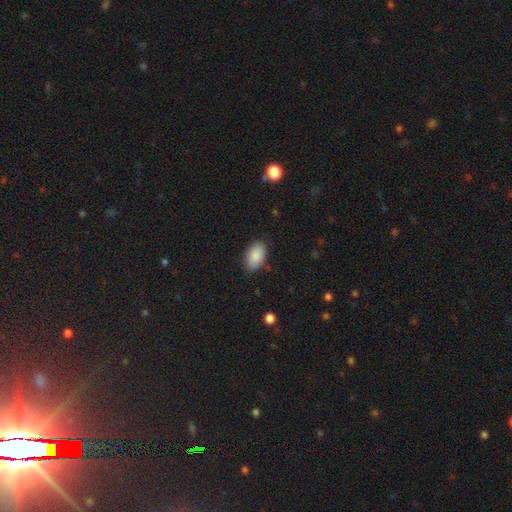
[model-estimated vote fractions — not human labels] smooth_or_featured: smooth (p=0.89) [alt: star or artifact p=0.07]
how_rounded: in between (p=0.93) [alt: round p=0.05]
merging: none (p=0.85) [alt: minor disturbance p=0.12]